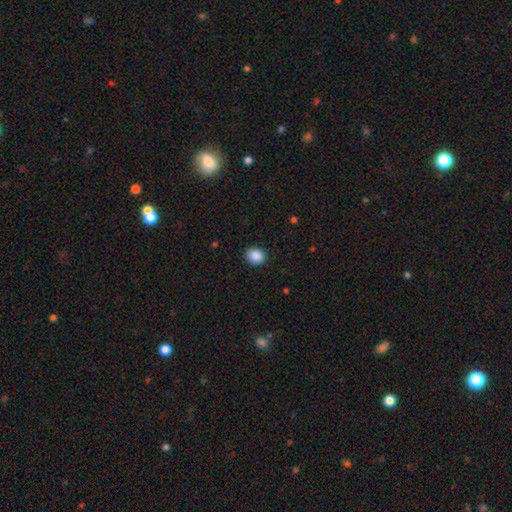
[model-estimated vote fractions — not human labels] smooth-or-featured: smooth: 88% | star or artifact: 9% | featured or disk: 3%
  how-rounded: round: 68% | in between: 32% | cigar-shaped: 1%
  merging: none: 89% | minor disturbance: 8% | major disturbance: 2% | merger: 1%